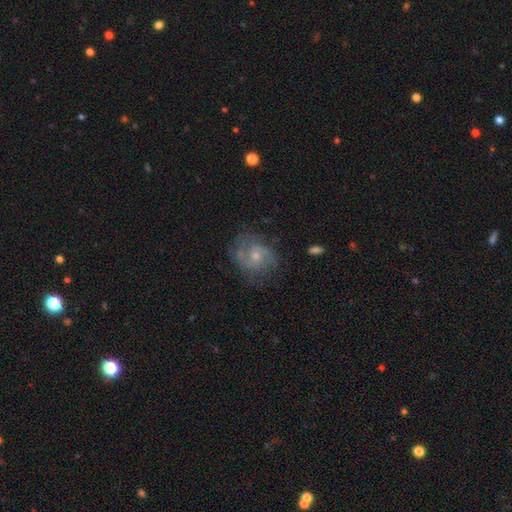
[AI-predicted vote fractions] Q: Smooth or featured?
A: featured or disk (81%); runner-up: smooth (11%)
Q: Edge-on disk?
A: no (98%); runner-up: yes (2%)
Q: Bar?
A: no (62%); runner-up: weak (33%)
Q: Spiral arms?
A: yes (95%); runner-up: no (5%)
Q: Spiral winding?
A: medium (47%); runner-up: tight (39%)
Q: Spiral arm count?
A: 2 (69%); runner-up: can't tell (13%)
Q: Bulge size?
A: small (56%); runner-up: moderate (38%)
Q: Merging?
A: none (75%); runner-up: minor disturbance (17%)